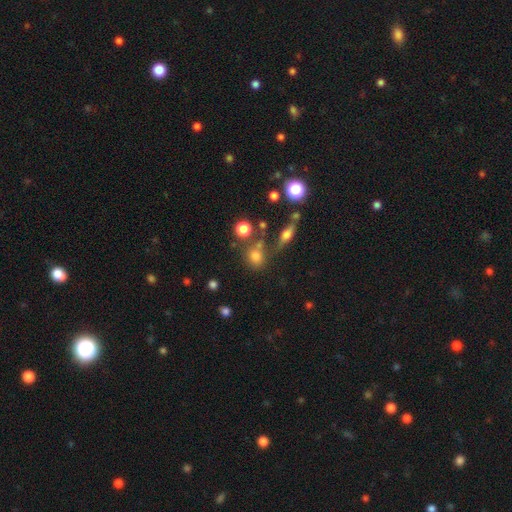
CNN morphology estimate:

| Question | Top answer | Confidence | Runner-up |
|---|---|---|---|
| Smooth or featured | smooth | 75% | star or artifact (15%) |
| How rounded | round | 70% | in between (28%) |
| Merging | none | 58% | merger (23%) |